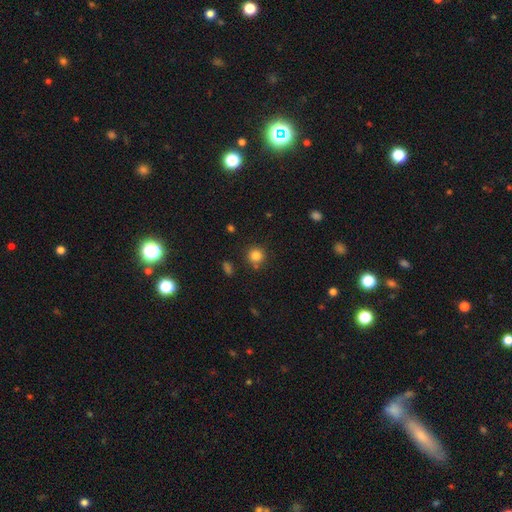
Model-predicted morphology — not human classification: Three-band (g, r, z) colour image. It shows a smooth galaxy with no disk features (83%) that is round (92%). Merging: none (81%).